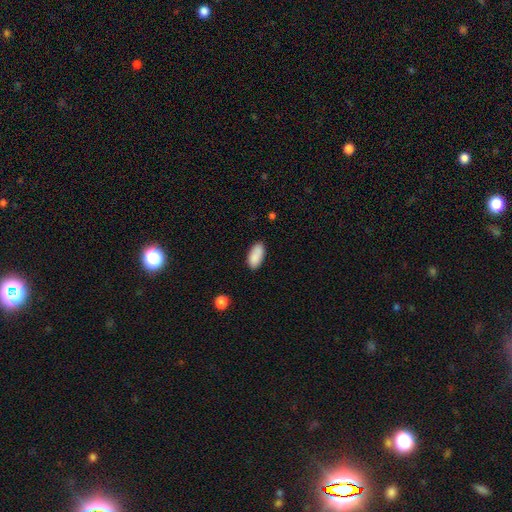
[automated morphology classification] A smooth galaxy with no disk features (89%) that is in between round and cigar-shaped (93%).

Vote fractions:
- Smooth or featured? smooth: 89% / star or artifact: 6% / featured or disk: 5%
- How rounded? in between: 93% / cigar-shaped: 5% / round: 2%
- Merging? none: 83% / minor disturbance: 13% / major disturbance: 2% / merger: 2%